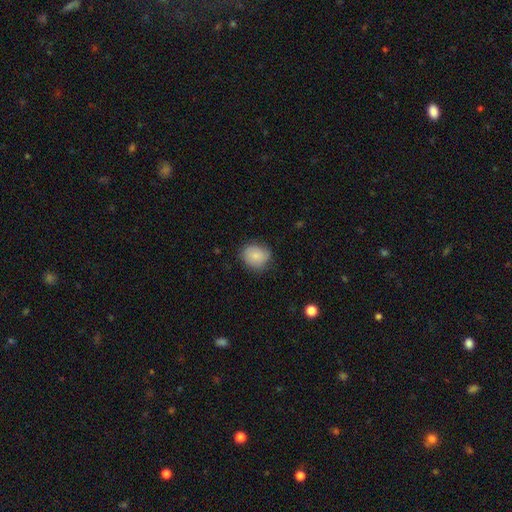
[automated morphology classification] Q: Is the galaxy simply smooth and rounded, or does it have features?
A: smooth — 83%.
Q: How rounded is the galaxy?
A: round — 68%.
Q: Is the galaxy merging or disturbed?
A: none — 75%.